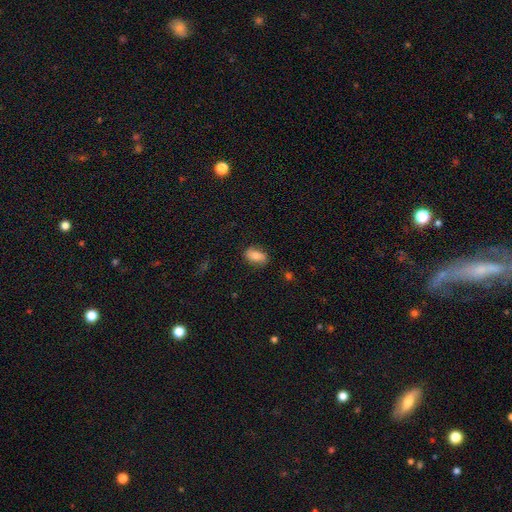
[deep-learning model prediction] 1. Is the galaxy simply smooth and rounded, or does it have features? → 77% smooth, 15% featured or disk, 8% star or artifact.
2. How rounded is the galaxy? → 89% in between, 8% round, 3% cigar-shaped.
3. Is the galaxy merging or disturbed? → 80% none, 15% minor disturbance, 3% major disturbance, 1% merger.